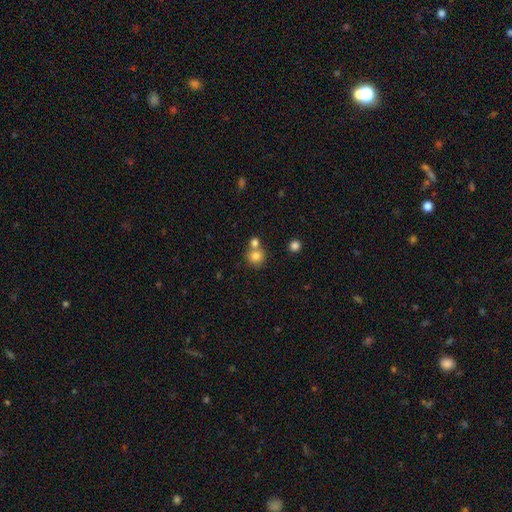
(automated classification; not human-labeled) Smooth or featured? Predicted: smooth (p=0.79). How rounded? Predicted: round (p=0.87). Merging? Predicted: none (p=0.55).